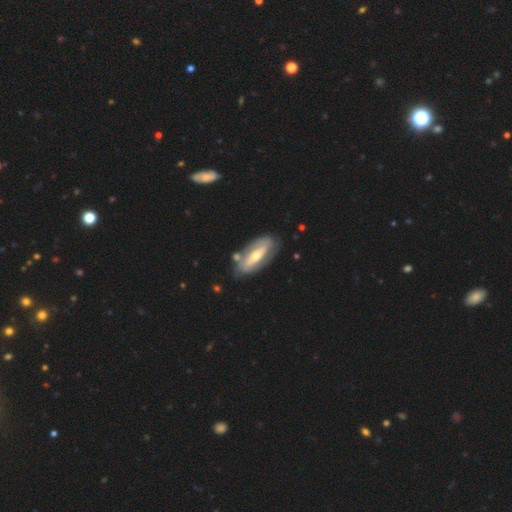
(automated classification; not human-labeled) The model was most divided on "spiral arms": yes: 54%, no: 46%. Remaining: edge-on disk — no (84%); merging — none (73%); smooth or featured — featured or disk (69%); bulge size — moderate (60%); bar — strong (44%).